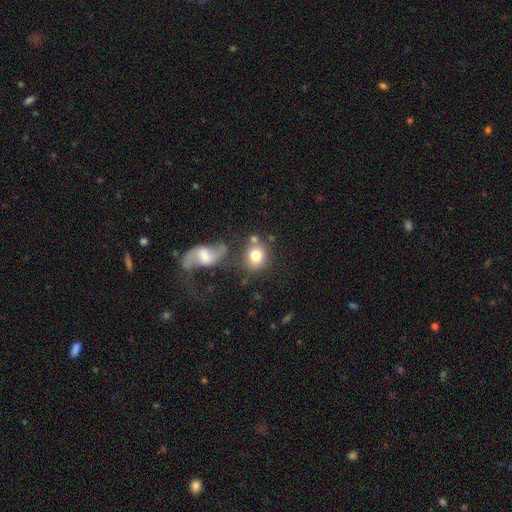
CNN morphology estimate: Q: Smooth or featured?
A: smooth (77%); runner-up: featured or disk (14%)
Q: How rounded?
A: round (73%); runner-up: in between (26%)
Q: Merging?
A: none (59%); runner-up: merger (21%)